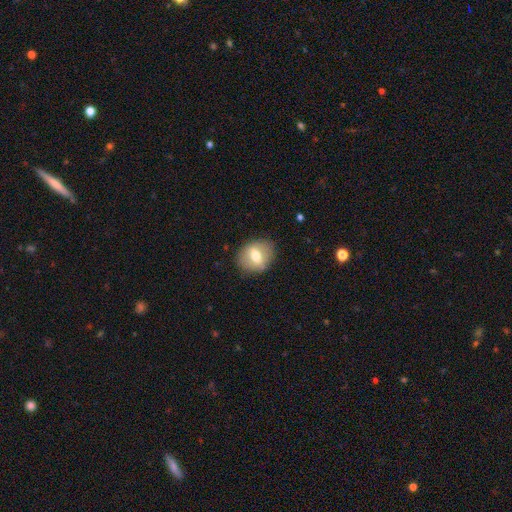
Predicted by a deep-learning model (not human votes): Smooth or featured?
  - smooth: 59% *
  - featured or disk: 33%
  - star or artifact: 8%
How rounded?
  - round: 51% *
  - in between: 47%
  - cigar-shaped: 1%
Merging?
  - none: 84% *
  - minor disturbance: 11%
  - major disturbance: 4%
  - merger: 1%